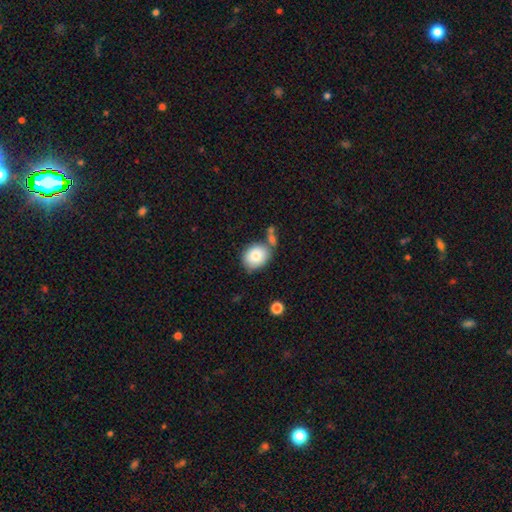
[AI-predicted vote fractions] Smooth or featured? Predicted: smooth (p=0.82). How rounded? Predicted: round (p=0.50). Merging? Predicted: none (p=0.63).